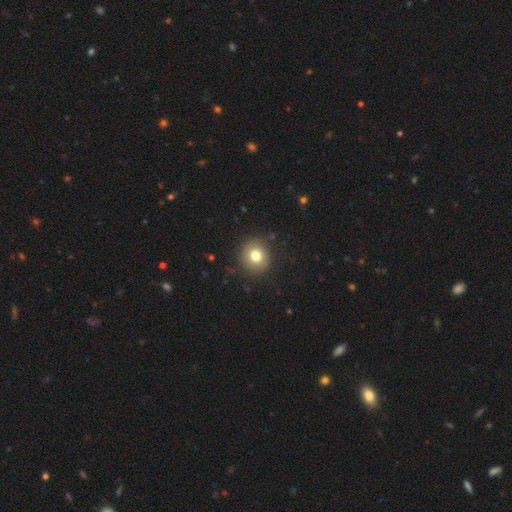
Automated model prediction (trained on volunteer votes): smooth 78%, featured or disk 11%, star or artifact 11%. Down the decision tree: how rounded — round (86%); merging — none (87%).